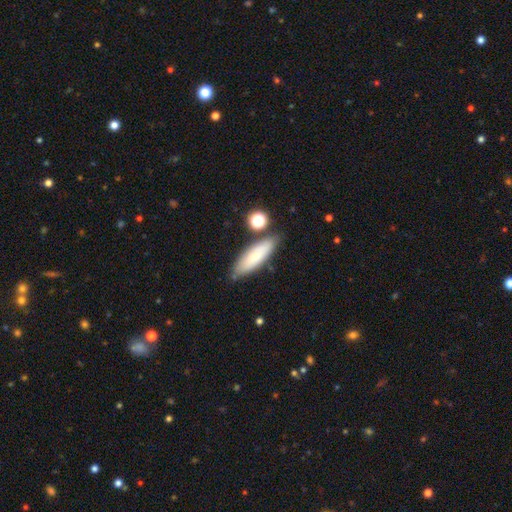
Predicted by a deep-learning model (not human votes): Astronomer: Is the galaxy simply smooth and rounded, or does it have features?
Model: smooth — 76%.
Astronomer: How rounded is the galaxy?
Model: cigar-shaped — 52% (runner-up: in between, 46%).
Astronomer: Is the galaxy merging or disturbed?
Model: none — 77%.